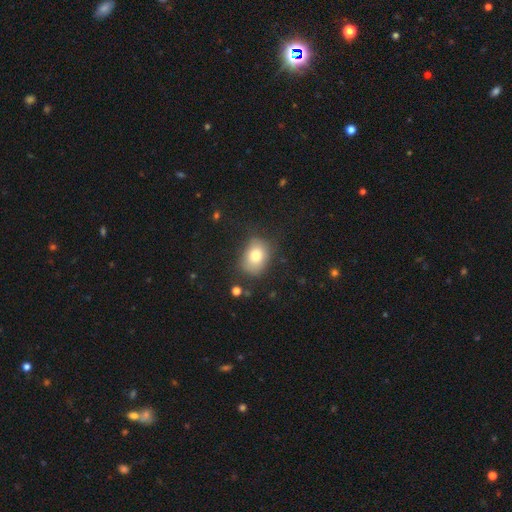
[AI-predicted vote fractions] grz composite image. It shows a smooth galaxy with no disk features (78%) that is in between round and cigar-shaped (66%). Merging: none (69%).